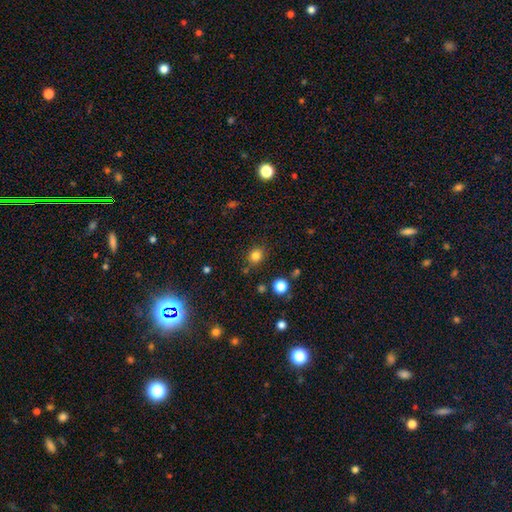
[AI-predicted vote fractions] Q: Smooth or featured?
A: smooth (82%); runner-up: star or artifact (13%)
Q: How rounded?
A: round (73%); runner-up: in between (26%)
Q: Merging?
A: none (82%); runner-up: minor disturbance (11%)